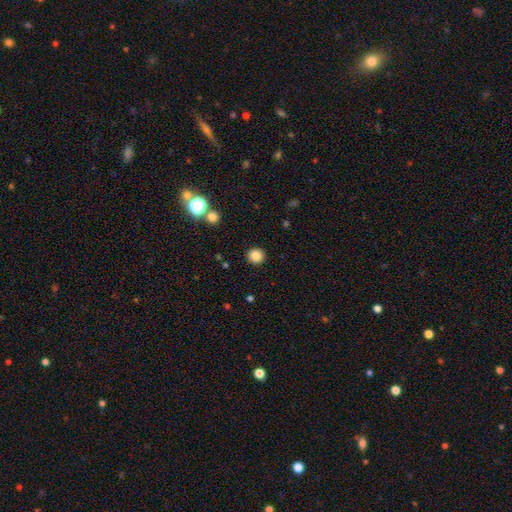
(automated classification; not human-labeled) Smooth or featured?
  - smooth: 84% *
  - star or artifact: 12%
  - featured or disk: 4%
How rounded?
  - round: 93% *
  - in between: 6%
  - cigar-shaped: 1%
Merging?
  - none: 92% *
  - minor disturbance: 5%
  - major disturbance: 2%
  - merger: 1%